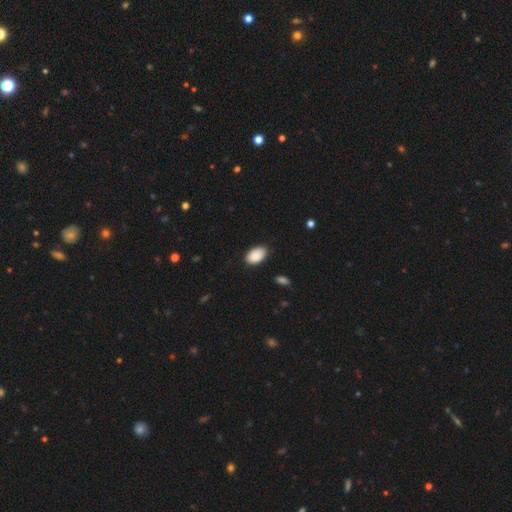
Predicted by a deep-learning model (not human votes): The model was most divided on "merging": none: 86%, minor disturbance: 11%, major disturbance: 2%, merger: 1%. More confident: how rounded — in between (93%); smooth or featured — smooth (90%).